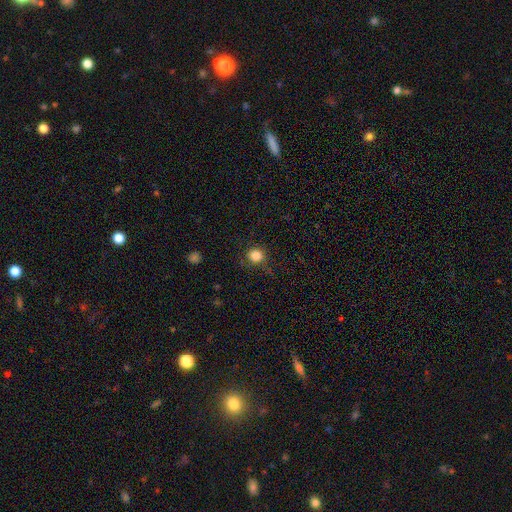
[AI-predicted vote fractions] Smooth or featured? Predicted: smooth (p=0.84). How rounded? Predicted: round (p=0.90). Merging? Predicted: none (p=0.80).